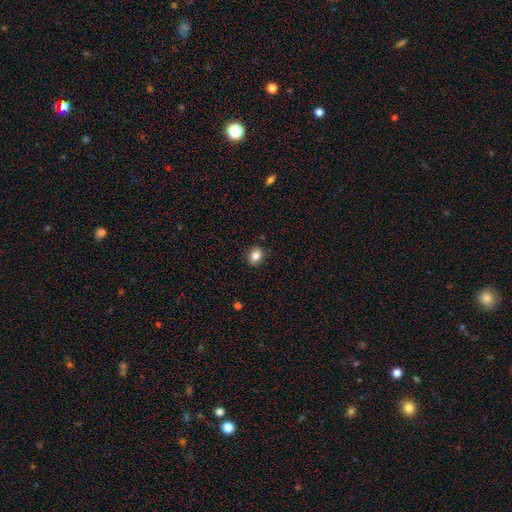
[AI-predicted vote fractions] The model was most divided on "how rounded": in between: 57%, round: 42%, cigar-shaped: 1%. More confident: merging — none (88%); smooth or featured — smooth (83%).